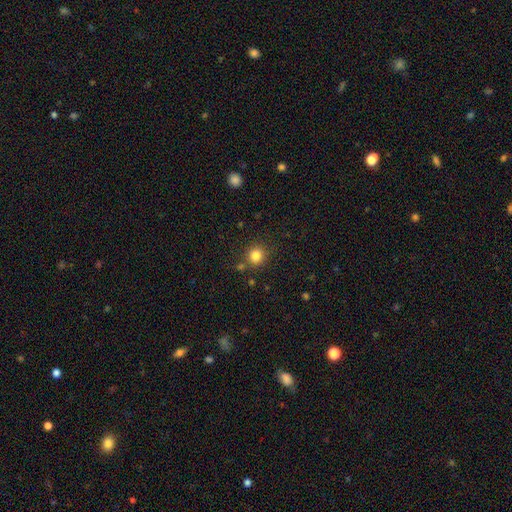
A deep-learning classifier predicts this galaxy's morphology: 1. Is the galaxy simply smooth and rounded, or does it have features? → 83% smooth, 12% star or artifact, 5% featured or disk.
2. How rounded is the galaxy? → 89% round, 10% in between, 1% cigar-shaped.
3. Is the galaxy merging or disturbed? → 82% none, 9% minor disturbance, 6% merger, 3% major disturbance.